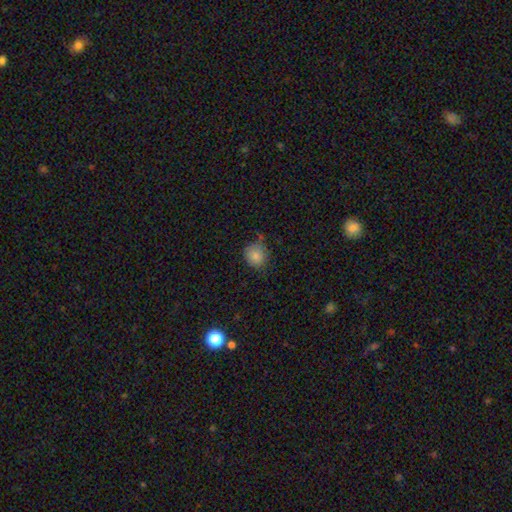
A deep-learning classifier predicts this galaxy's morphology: A smooth galaxy with no disk features (82%) that is round (84%). Merging: none (66%).